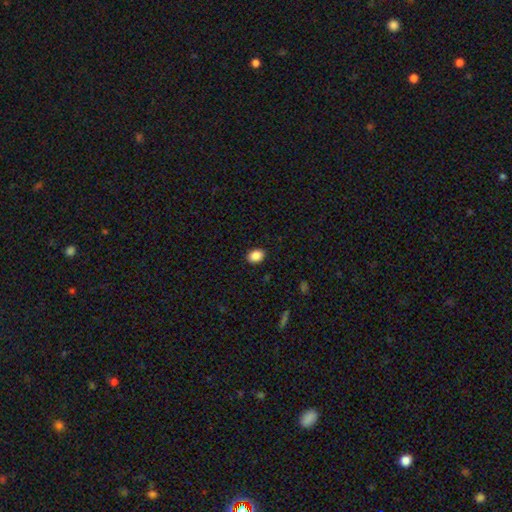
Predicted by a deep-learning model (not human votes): This is clearly a smooth galaxy (88%). How rounded: likely in between (69%). Merging: clearly none (89%).